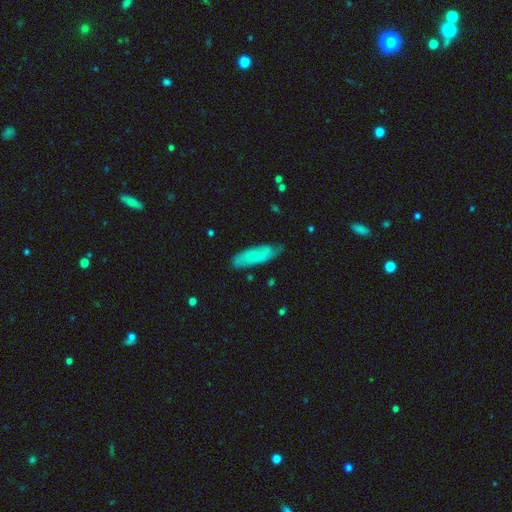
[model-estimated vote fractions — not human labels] smooth 55%, featured or disk 39%, star or artifact 6%. Down the decision tree: how rounded — in between (55%); merging — none (68%).